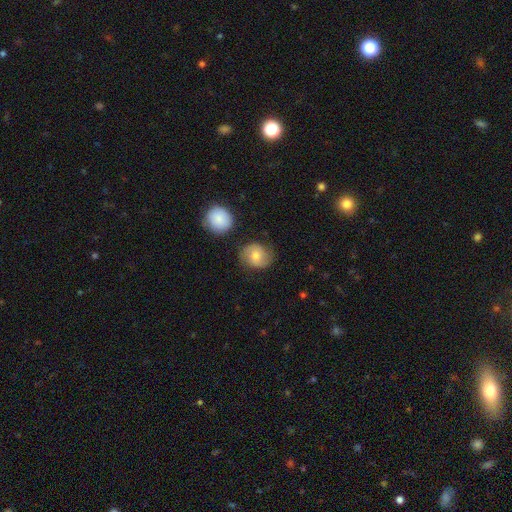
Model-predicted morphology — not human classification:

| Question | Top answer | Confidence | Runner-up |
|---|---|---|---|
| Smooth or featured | smooth | 64% | featured or disk (28%) |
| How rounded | round | 75% | in between (24%) |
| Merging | none | 74% | minor disturbance (17%) |